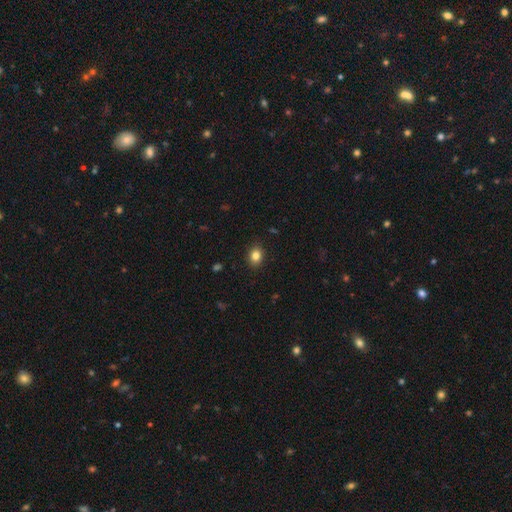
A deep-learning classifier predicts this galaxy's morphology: The model was most divided on "how rounded": in between: 51%, round: 48%, cigar-shaped: 1%. More confident: merging — none (89%); smooth or featured — smooth (84%).